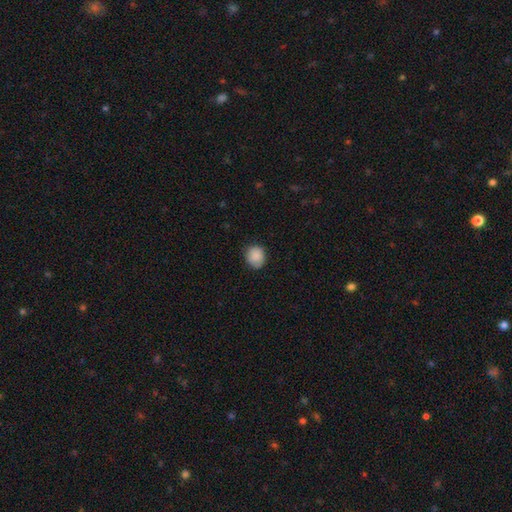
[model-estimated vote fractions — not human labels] This is clearly a smooth galaxy (88%). How rounded: likely round (75%). Merging: likely none (79%).